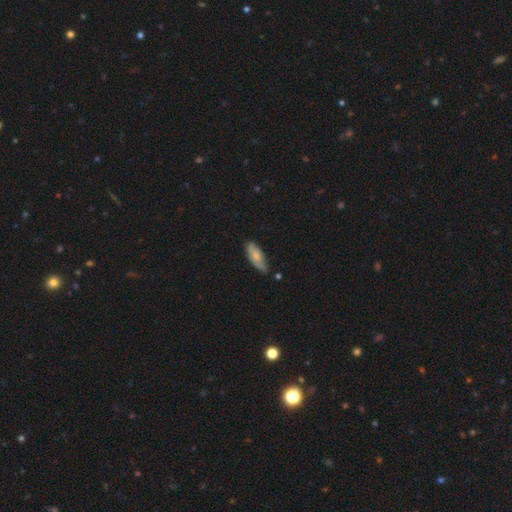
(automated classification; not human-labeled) Smooth or featured: smooth — 68% (featured or disk — 26%)
How rounded: in between — 73% (cigar-shaped — 25%)
Merging: none — 65% (minor disturbance — 28%)